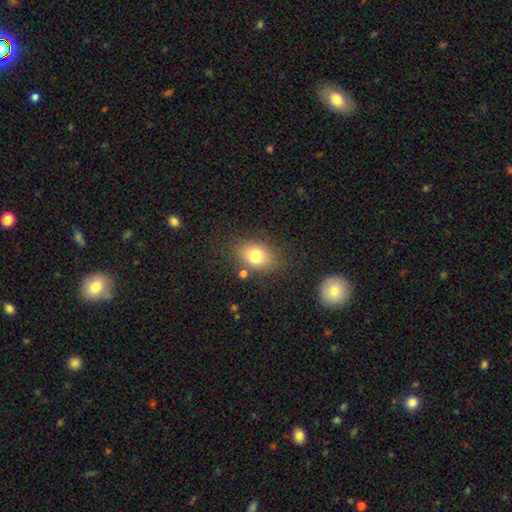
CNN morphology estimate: This appears to be a smooth galaxy with no disk features (77%) that is in between round and cigar-shaped (68%). Merging: none (75%).